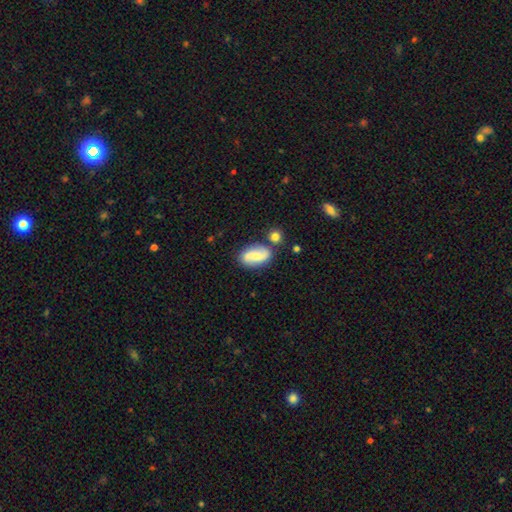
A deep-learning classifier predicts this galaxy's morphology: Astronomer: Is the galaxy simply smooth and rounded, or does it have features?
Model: featured or disk — 55% (runner-up: smooth, 38%).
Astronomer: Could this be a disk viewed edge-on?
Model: no — 96%.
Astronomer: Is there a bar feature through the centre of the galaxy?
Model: no — 49% (runner-up: weak, 37%).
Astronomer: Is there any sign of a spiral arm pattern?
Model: yes — 88%.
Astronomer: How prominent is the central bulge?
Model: small — 47% (runner-up: moderate, 42%).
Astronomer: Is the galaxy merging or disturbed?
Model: none — 73%.